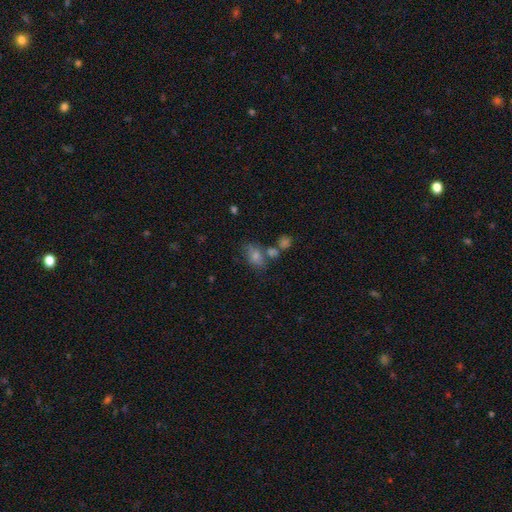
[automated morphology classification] Smooth or featured? smooth (60%)
How rounded? in between (76%)
Merging? none (53%)